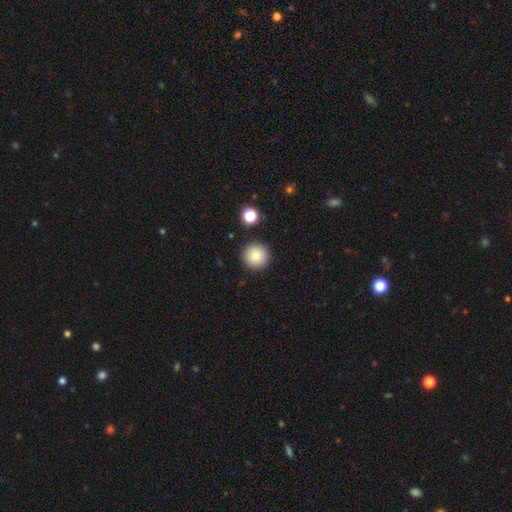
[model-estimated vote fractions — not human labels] A smooth galaxy with no disk features (81%) that is round (96%). Merging: none (91%).